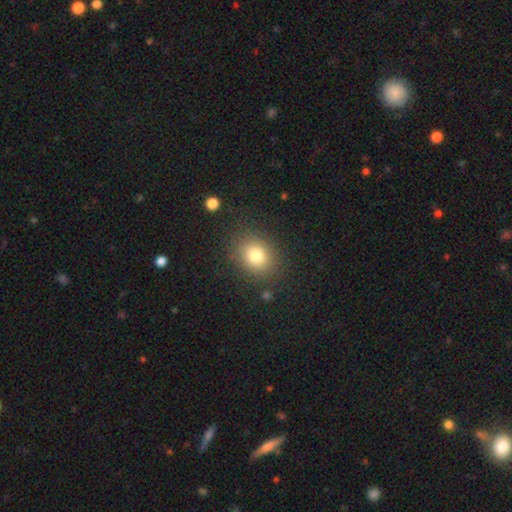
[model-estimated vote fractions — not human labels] Smooth or featured? Predicted: smooth (p=0.79). How rounded? Predicted: round (p=0.63). Merging? Predicted: none (p=0.85).